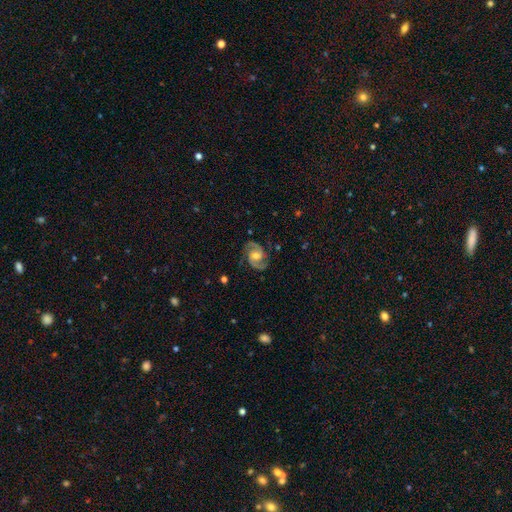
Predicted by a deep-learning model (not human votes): This is clearly a featured or disk galaxy (91%). It is clearly not viewed edge-on (98%). Bar: possibly no (49%). Spiral arm pattern: clearly yes (98%). Spiral arm count: clearly 2 (94%). Spiral winding: possibly medium (60%). Central bulge: likely moderate (63%). Merging: clearly none (84%).